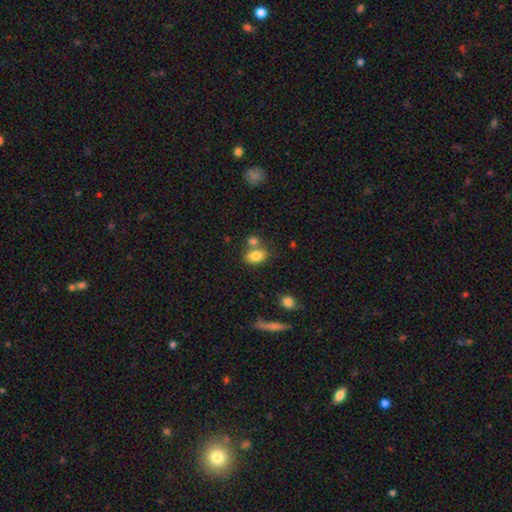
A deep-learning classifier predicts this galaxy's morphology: Smooth or featured: smooth — 81% (featured or disk — 9%)
How rounded: in between — 82% (round — 17%)
Merging: none — 53% (merger — 31%)